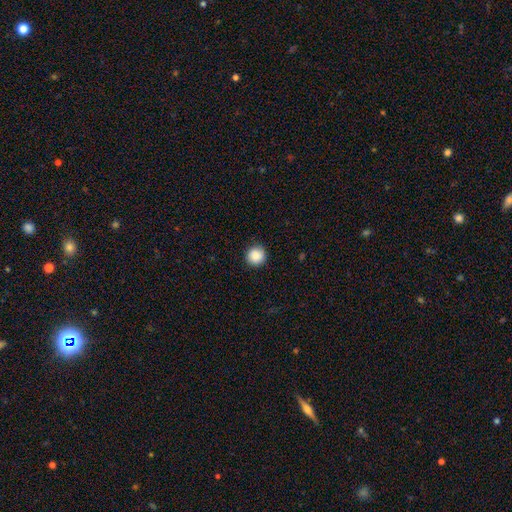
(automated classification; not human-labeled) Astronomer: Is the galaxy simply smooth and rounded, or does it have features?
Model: smooth — 89%.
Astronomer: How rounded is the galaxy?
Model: round — 95%.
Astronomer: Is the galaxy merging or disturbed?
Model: none — 91%.